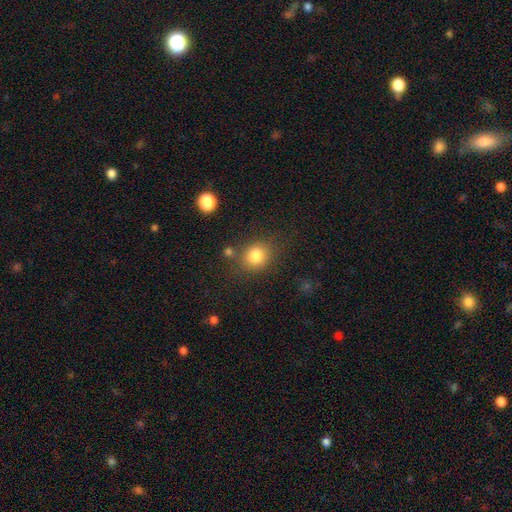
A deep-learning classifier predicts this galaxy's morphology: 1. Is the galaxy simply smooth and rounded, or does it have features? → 83% smooth, 11% star or artifact, 6% featured or disk.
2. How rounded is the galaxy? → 74% round, 25% in between, 1% cigar-shaped.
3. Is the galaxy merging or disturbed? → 74% none, 14% minor disturbance, 7% merger, 5% major disturbance.